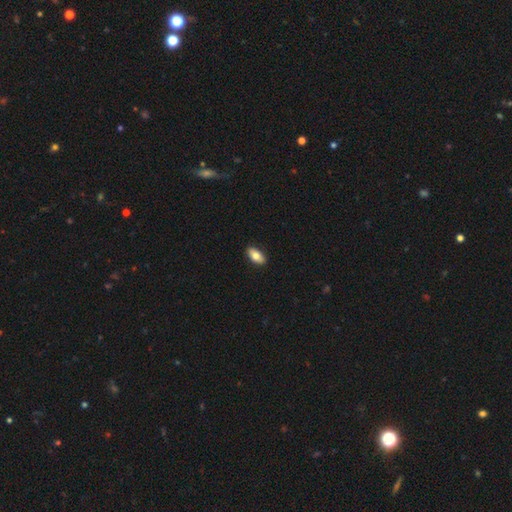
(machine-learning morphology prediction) Smooth or featured: smooth — 75% (featured or disk — 19%)
How rounded: in between — 90% (cigar-shaped — 7%)
Merging: none — 89% (minor disturbance — 8%)